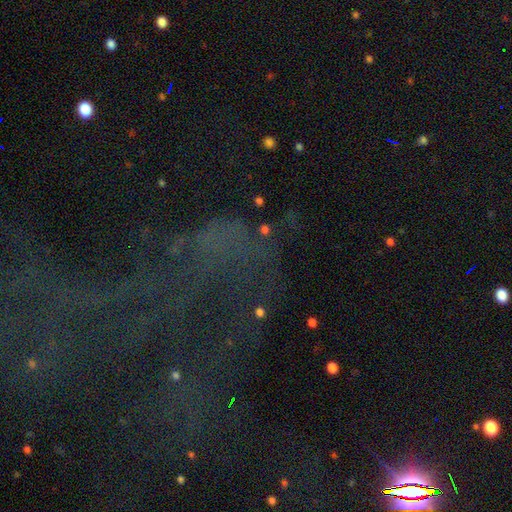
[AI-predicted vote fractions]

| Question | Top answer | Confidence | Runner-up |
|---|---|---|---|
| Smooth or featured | star or artifact | 60% | featured or disk (22%) |